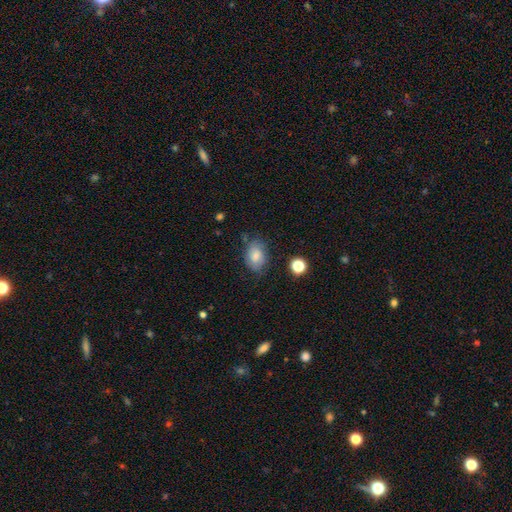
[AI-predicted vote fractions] The model was most divided on "merging": none: 69%, minor disturbance: 22%, major disturbance: 6%, merger: 3%. More confident: how rounded — in between (80%); smooth or featured — smooth (77%).